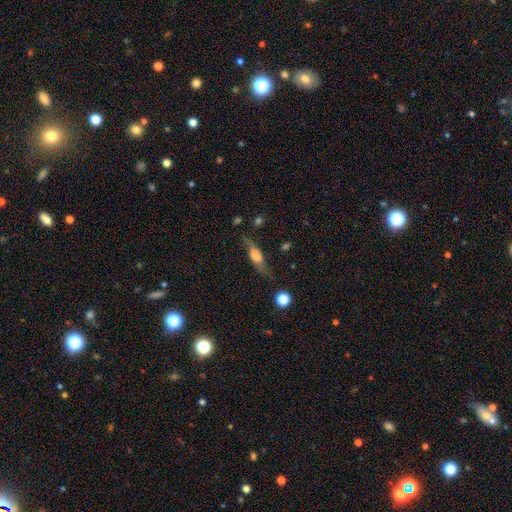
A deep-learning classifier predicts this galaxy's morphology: type=featured or disk (56%); edge-on=yes (75%); merging=none (71%).